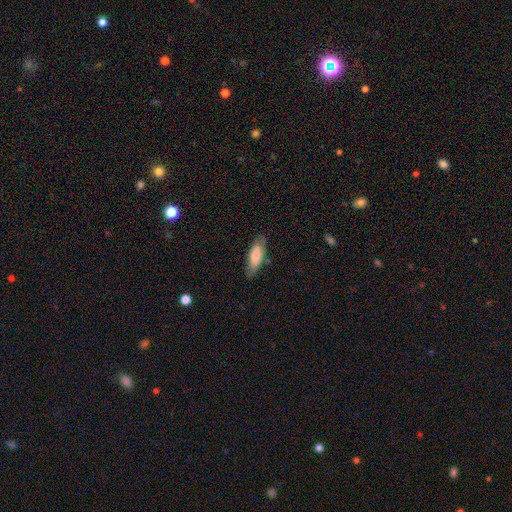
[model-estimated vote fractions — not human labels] Smooth or featured?
  - smooth: 63% *
  - featured or disk: 31%
  - star or artifact: 6%
How rounded?
  - in between: 66% *
  - cigar-shaped: 32%
  - round: 2%
Merging?
  - none: 78% *
  - minor disturbance: 17%
  - major disturbance: 4%
  - merger: 2%